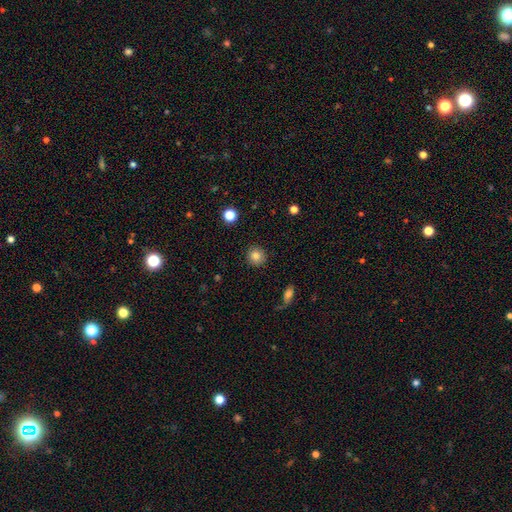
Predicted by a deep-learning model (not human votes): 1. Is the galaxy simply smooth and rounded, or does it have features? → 84% smooth, 10% star or artifact, 6% featured or disk.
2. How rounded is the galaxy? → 91% round, 8% in between, 1% cigar-shaped.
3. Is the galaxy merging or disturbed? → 90% none, 6% minor disturbance, 2% major disturbance, 1% merger.